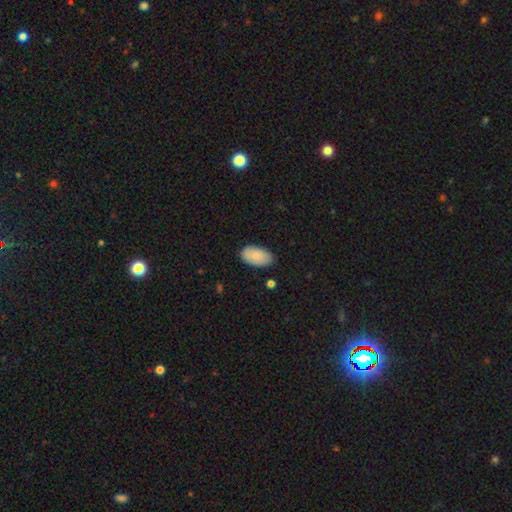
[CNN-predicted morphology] type=smooth (82%); roundness=in between (95%); merging=none (81%).